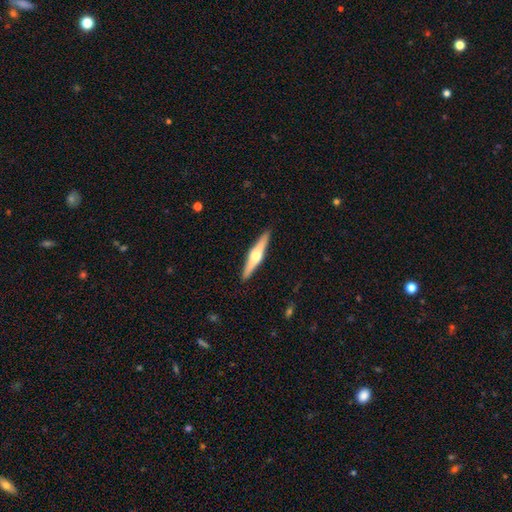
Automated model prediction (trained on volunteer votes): featured or disk 66%, smooth 29%, star or artifact 5%. Down the decision tree: edge-on disk — yes (97%); edge-on bulge — rounded (93%); merging — none (91%).